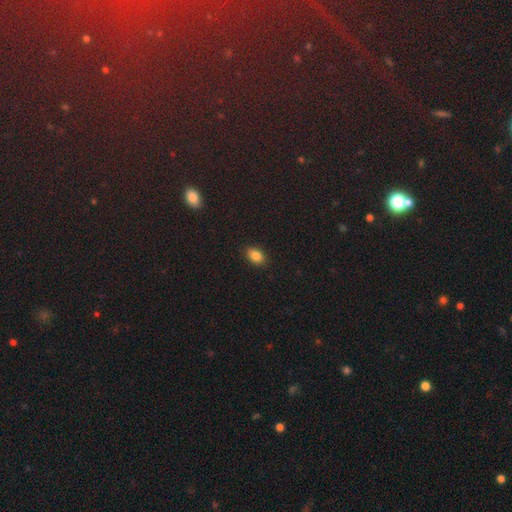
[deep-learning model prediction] A smooth galaxy with no disk features (84%) that is in between round and cigar-shaped (87%). Merging: none (89%).